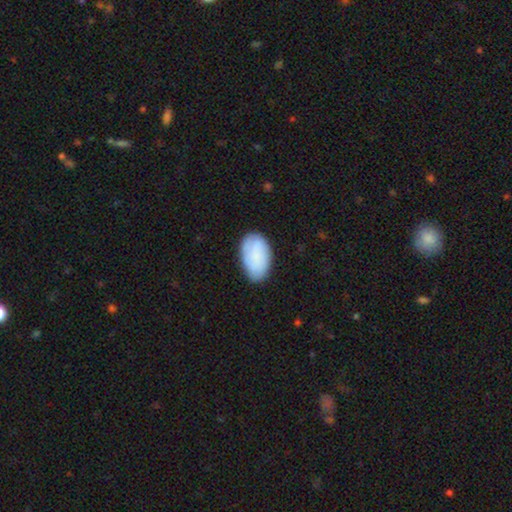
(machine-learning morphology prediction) smooth 73%, featured or disk 21%, star or artifact 7%. Down the decision tree: how rounded — in between (93%); merging — none (76%).